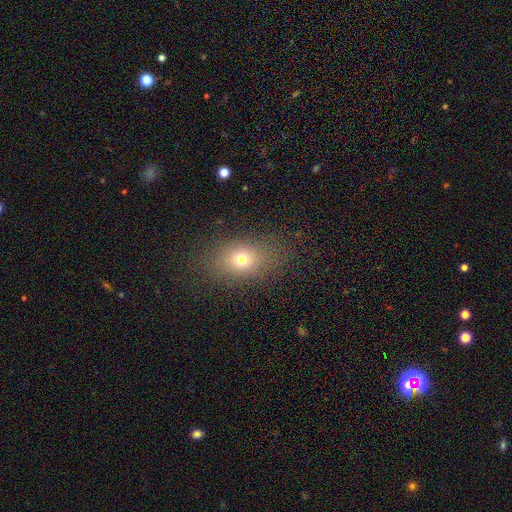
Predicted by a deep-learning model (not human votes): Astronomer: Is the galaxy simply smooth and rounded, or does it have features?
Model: smooth — 68%.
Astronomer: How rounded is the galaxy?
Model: in between — 77%.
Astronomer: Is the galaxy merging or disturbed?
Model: none — 86%.